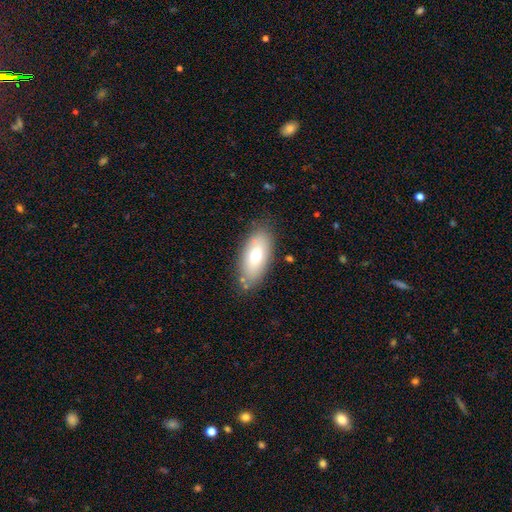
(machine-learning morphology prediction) The model was most divided on "smooth or featured": smooth: 71%, featured or disk: 22%, star or artifact: 7%. More confident: how rounded — in between (89%); merging — none (80%).